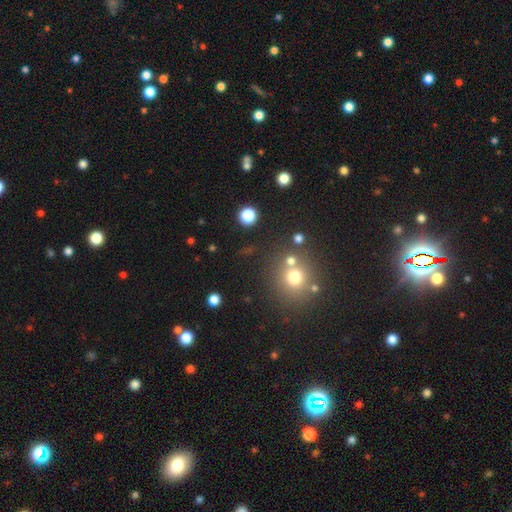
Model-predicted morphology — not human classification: Smooth or featured? Predicted: star or artifact (p=0.56).